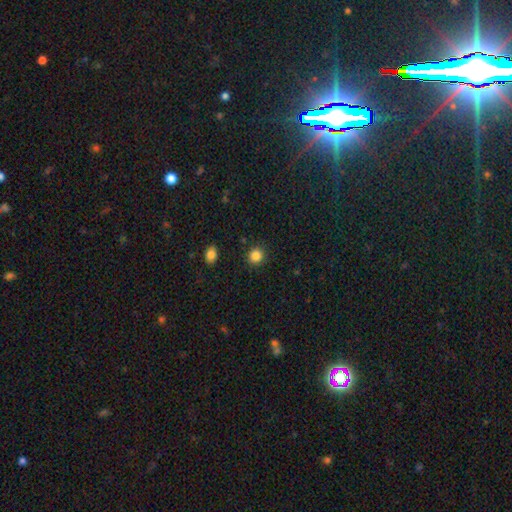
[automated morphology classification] This is clearly a smooth galaxy (86%). How rounded: clearly round (89%). Merging: clearly none (90%).